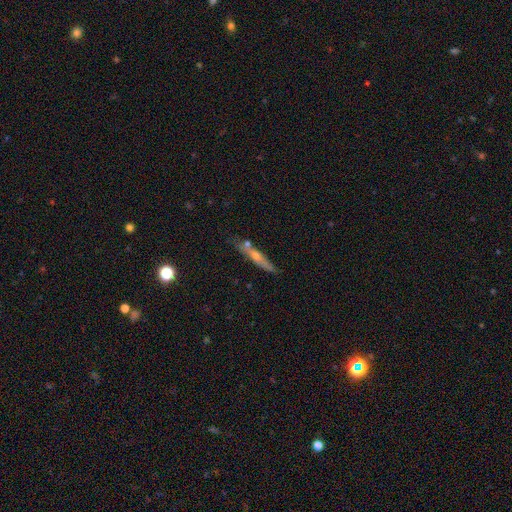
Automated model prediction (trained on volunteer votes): smooth_or_featured: featured or disk (p=0.53) [alt: smooth p=0.40]
disk_edge_on: yes (p=0.86) [alt: no p=0.14]
merging: none (p=0.70) [alt: minor disturbance p=0.16]